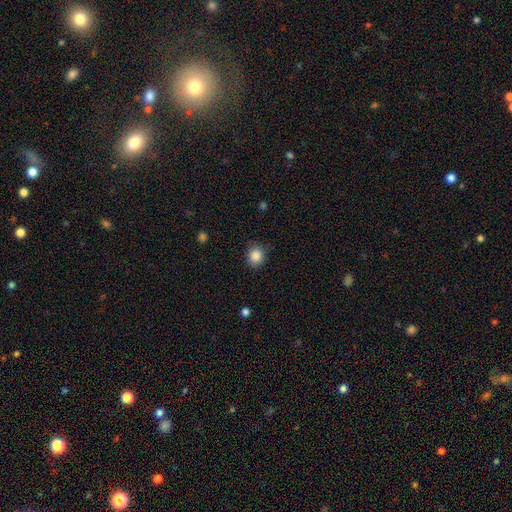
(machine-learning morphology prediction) This is clearly a smooth galaxy (86%). How rounded: likely round (79%). Merging: clearly none (84%).